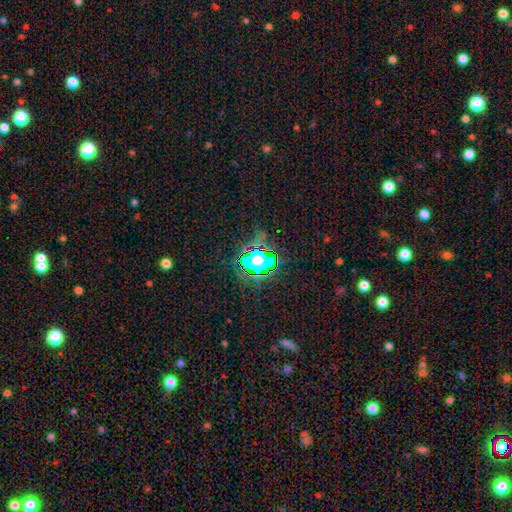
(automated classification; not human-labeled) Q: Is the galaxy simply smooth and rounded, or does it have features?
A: star or artifact — 79%.